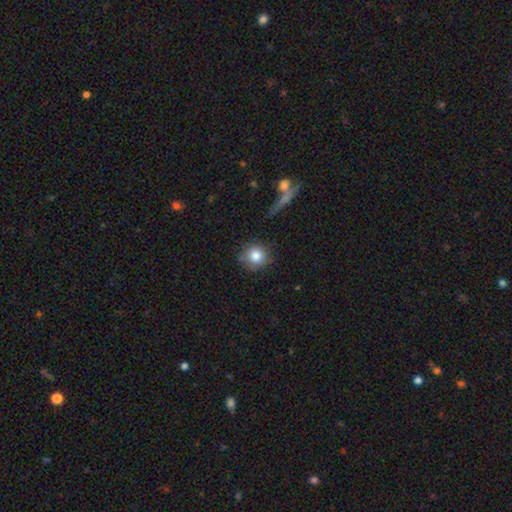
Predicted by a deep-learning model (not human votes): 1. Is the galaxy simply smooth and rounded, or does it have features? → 82% smooth, 9% star or artifact, 8% featured or disk.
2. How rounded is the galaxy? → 91% round, 8% in between, 1% cigar-shaped.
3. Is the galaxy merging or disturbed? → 79% none, 13% minor disturbance, 4% major disturbance, 4% merger.